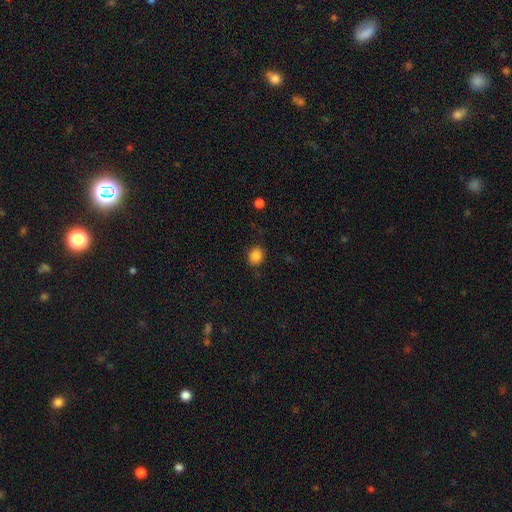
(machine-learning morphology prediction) A smooth galaxy with no disk features (86%) that is round (72%). Merging: none (86%).